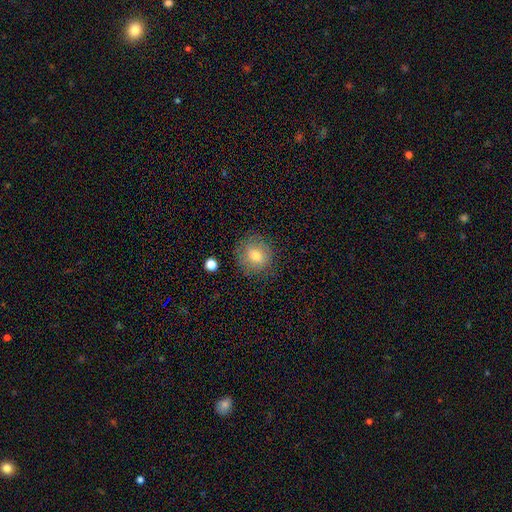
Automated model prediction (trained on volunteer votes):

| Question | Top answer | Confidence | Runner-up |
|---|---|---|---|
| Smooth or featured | smooth | 75% | featured or disk (15%) |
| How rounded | round | 84% | in between (15%) |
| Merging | none | 82% | minor disturbance (12%) |